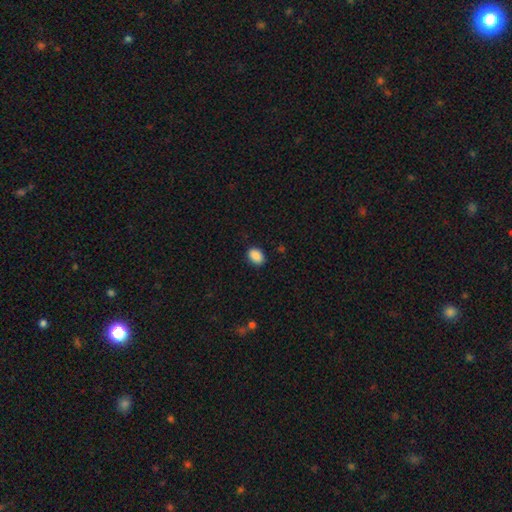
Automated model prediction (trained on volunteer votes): smooth 90%, star or artifact 8%, featured or disk 3%. Down the decision tree: how rounded — in between (74%); merging — none (88%).